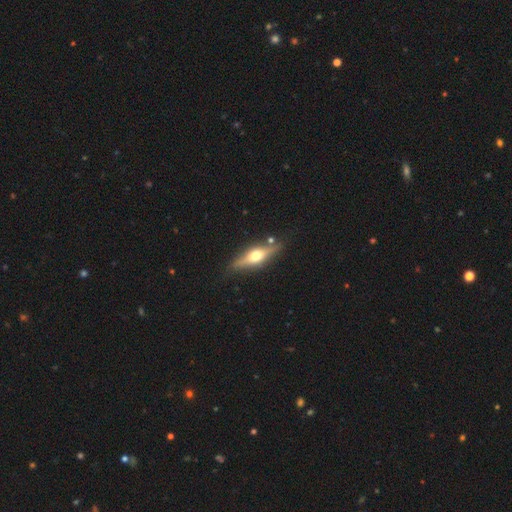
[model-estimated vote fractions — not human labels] This is likely a featured or disk galaxy (64%). It is clearly viewed edge-on (93%). Edge-on bulge: clearly rounded (94%). Merging: clearly none (83%).